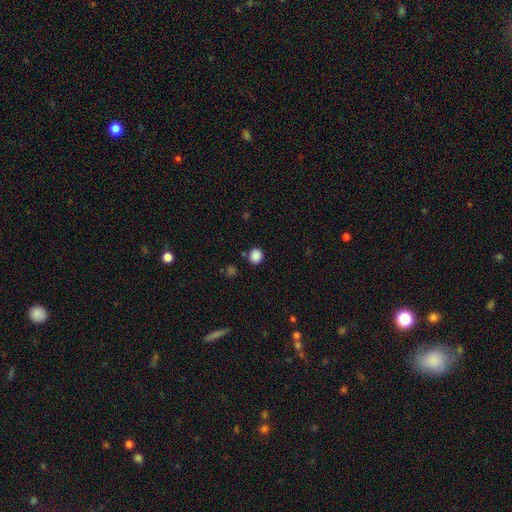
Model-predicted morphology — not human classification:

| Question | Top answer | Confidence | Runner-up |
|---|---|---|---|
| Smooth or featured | smooth | 87% | star or artifact (10%) |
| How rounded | round | 85% | in between (14%) |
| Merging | none | 84% | minor disturbance (9%) |